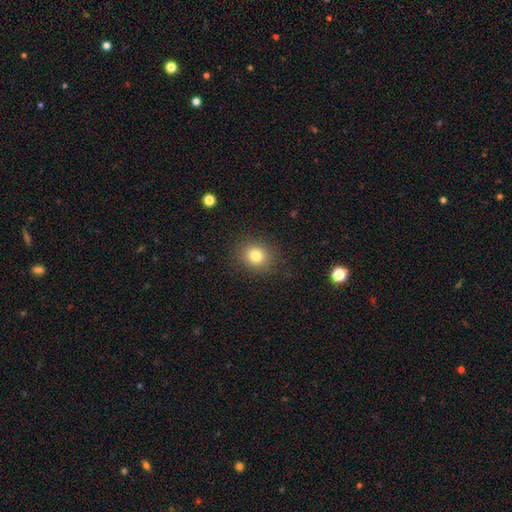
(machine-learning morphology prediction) This is clearly a smooth galaxy (80%). How rounded: likely round (75%). Merging: clearly none (88%).